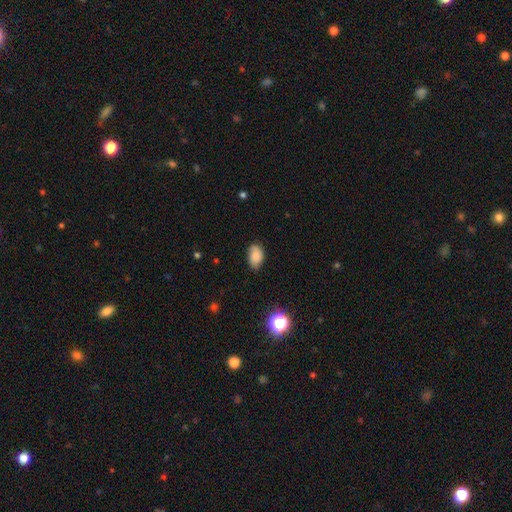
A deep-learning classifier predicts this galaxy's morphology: A smooth galaxy with no disk features (80%) that is in between round and cigar-shaped (89%).

Vote fractions:
- Smooth or featured? smooth: 80% / featured or disk: 10% / star or artifact: 10%
- How rounded? in between: 89% / round: 10% / cigar-shaped: 1%
- Merging? none: 74% / minor disturbance: 20% / major disturbance: 4% / merger: 1%